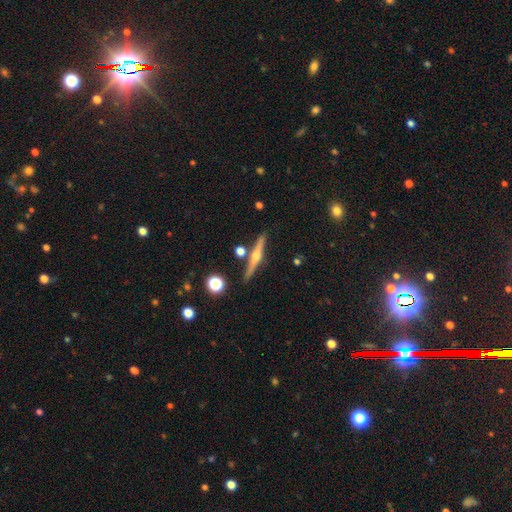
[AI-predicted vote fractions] Smooth or featured: featured or disk — 74% (smooth — 19%)
Edge-on disk: yes — 98% (no — 2%)
Edge-on bulge: rounded — 91% (none — 5%)
Merging: none — 85% (minor disturbance — 8%)